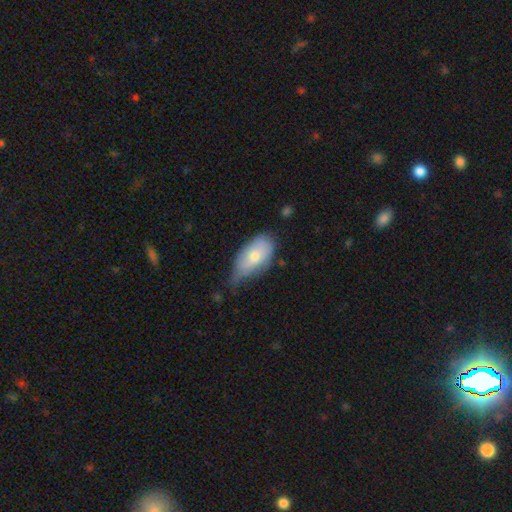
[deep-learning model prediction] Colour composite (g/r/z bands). It shows a smooth galaxy with no disk features (69%) that is in between round and cigar-shaped (92%). Merging: minor disturbance (50%).